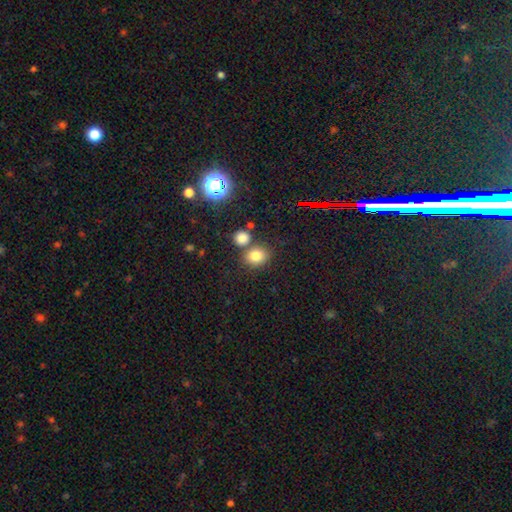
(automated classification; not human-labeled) A smooth galaxy with no disk features (79%) that is round (65%). Merging: none (66%).